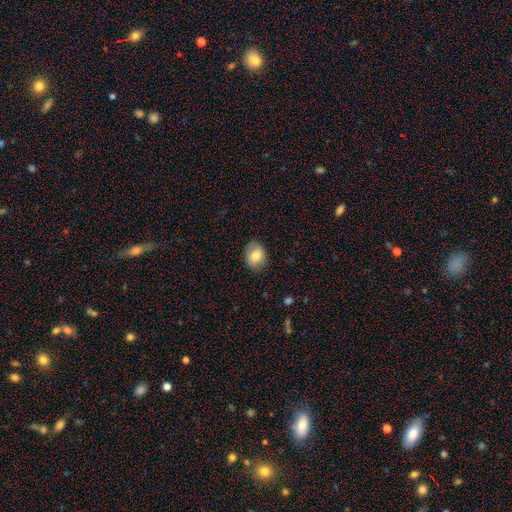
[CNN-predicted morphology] This appears to be a smooth galaxy with no disk features (76%) that is in between round and cigar-shaped (60%). Merging: none (78%).